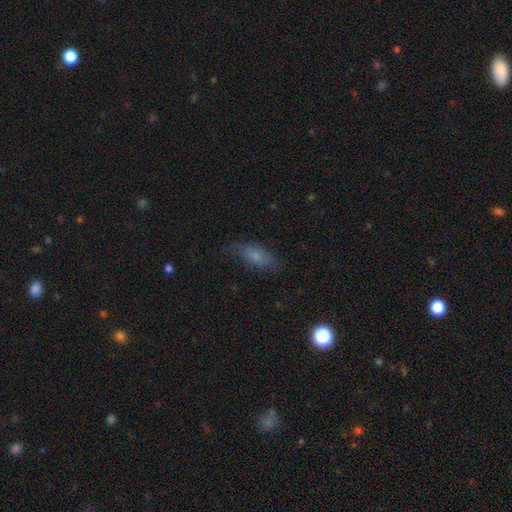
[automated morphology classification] This is likely a smooth galaxy (67%). How rounded: likely in between (77%). Merging: likely none (68%).